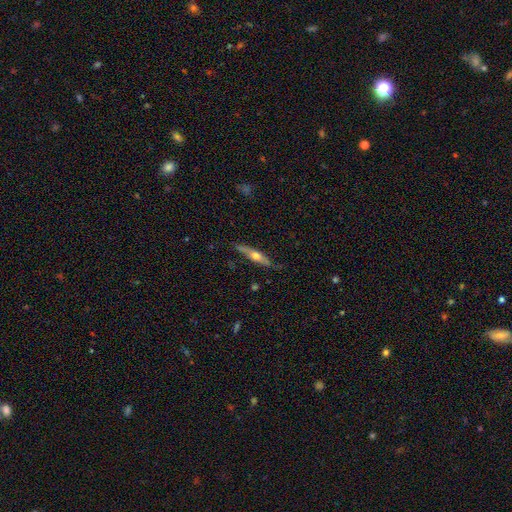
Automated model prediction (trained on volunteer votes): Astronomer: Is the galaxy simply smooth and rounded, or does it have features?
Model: featured or disk — 54% (runner-up: smooth, 40%).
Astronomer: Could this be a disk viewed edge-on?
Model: yes — 88%.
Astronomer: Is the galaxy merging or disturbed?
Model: none — 78%.